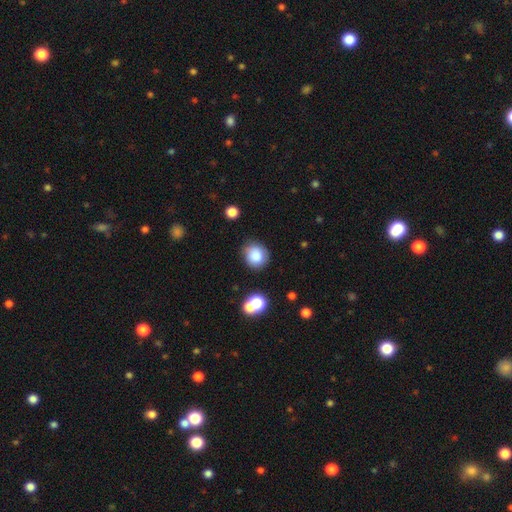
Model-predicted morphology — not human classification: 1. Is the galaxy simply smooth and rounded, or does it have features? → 83% smooth, 10% star or artifact, 7% featured or disk.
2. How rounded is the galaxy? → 80% round, 19% in between, 1% cigar-shaped.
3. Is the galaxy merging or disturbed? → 78% none, 14% minor disturbance, 4% merger, 4% major disturbance.